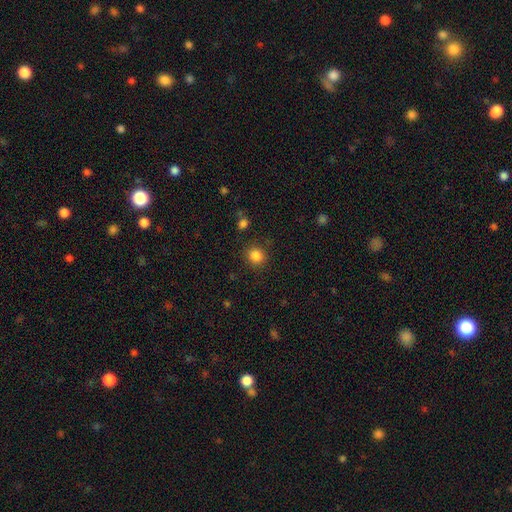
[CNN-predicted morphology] The model was most divided on "how rounded": round: 85%, in between: 14%, cigar-shaped: 1%. More confident: merging — none (86%); smooth or featured — smooth (85%).